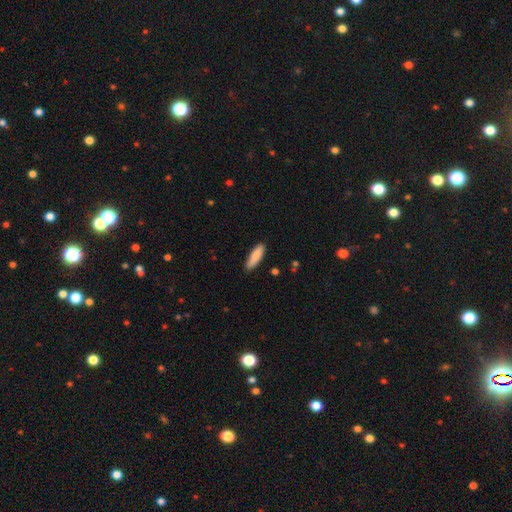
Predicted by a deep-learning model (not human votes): Smooth or featured?
  - smooth: 87% *
  - featured or disk: 7%
  - star or artifact: 6%
How rounded?
  - cigar-shaped: 54% *
  - in between: 44%
  - round: 1%
Merging?
  - none: 86% *
  - minor disturbance: 11%
  - major disturbance: 2%
  - merger: 1%